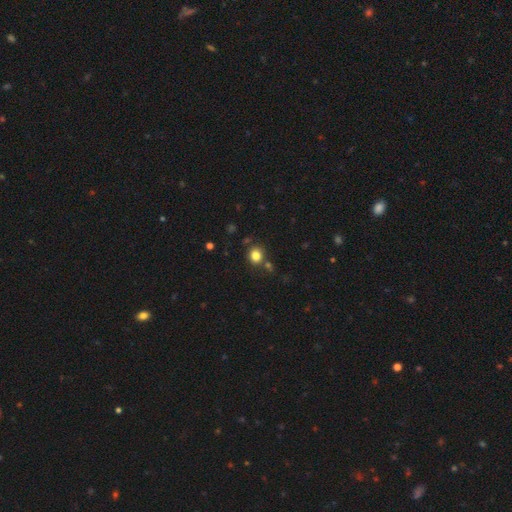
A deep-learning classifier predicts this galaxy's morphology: Smooth or featured: smooth — 81% (star or artifact — 13%)
How rounded: round — 84% (in between — 15%)
Merging: none — 79% (minor disturbance — 9%)